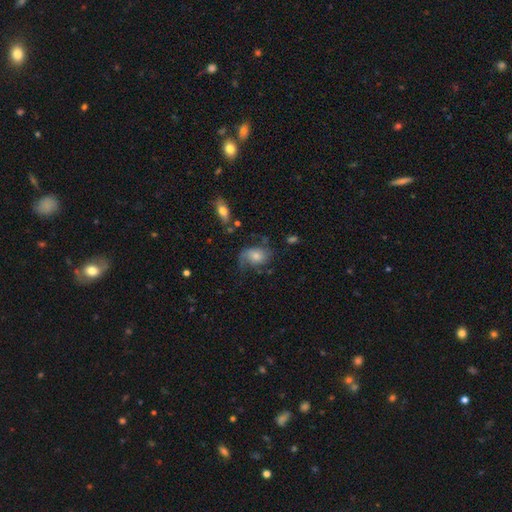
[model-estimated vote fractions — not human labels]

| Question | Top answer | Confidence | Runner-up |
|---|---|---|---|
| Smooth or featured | featured or disk | 46% | smooth (44%) |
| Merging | none | 42% | major disturbance (28%) |